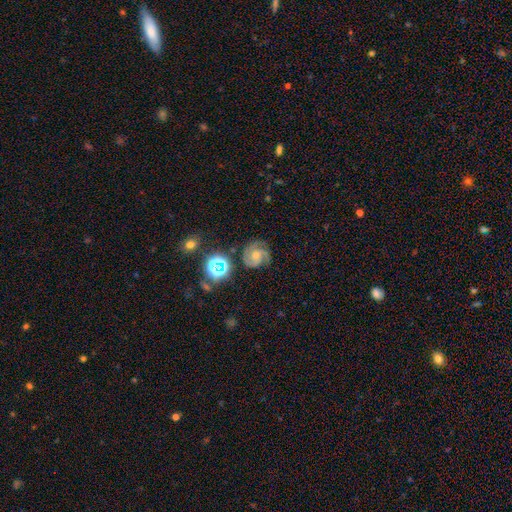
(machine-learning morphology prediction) Smooth or featured?
  - featured or disk: 76% *
  - smooth: 13%
  - star or artifact: 11%
Edge-on disk?
  - no: 98% *
  - yes: 2%
Bar?
  - no: 71% *
  - weak: 24%
  - strong: 5%
Spiral arms?
  - yes: 97% *
  - no: 3%
Spiral winding?
  - tight: 49% *
  - medium: 42%
  - loose: 9%
Spiral arm count?
  - 3: 56% *
  - 2: 20%
  - can't tell: 10%
  - 4: 6%
  - 1: 4%
  - more than 4: 3%
Bulge size?
  - small: 54% *
  - moderate: 37%
  - none: 6%
  - large: 2%
  - dominant: 1%
Merging?
  - none: 69% *
  - minor disturbance: 19%
  - major disturbance: 9%
  - merger: 2%